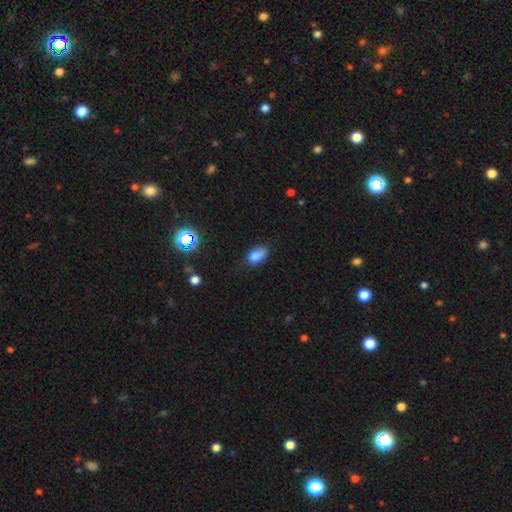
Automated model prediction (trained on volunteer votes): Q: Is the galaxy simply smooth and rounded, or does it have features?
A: smooth — 81%.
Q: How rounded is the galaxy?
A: in between — 88%.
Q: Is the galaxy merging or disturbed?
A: none — 53%.